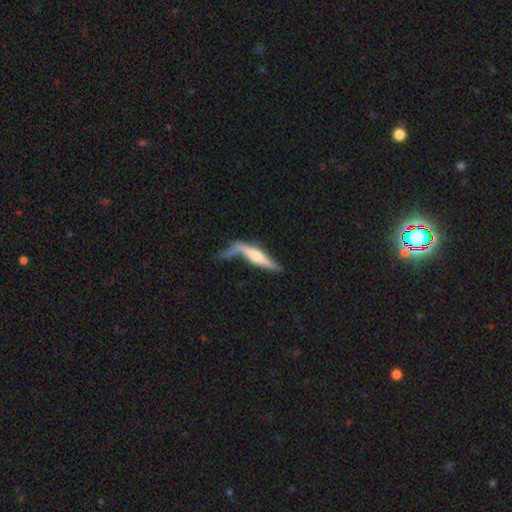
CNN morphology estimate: Smooth or featured? featured or disk (59%)
Edge-on disk? yes (83%)
Merging? none (37%)